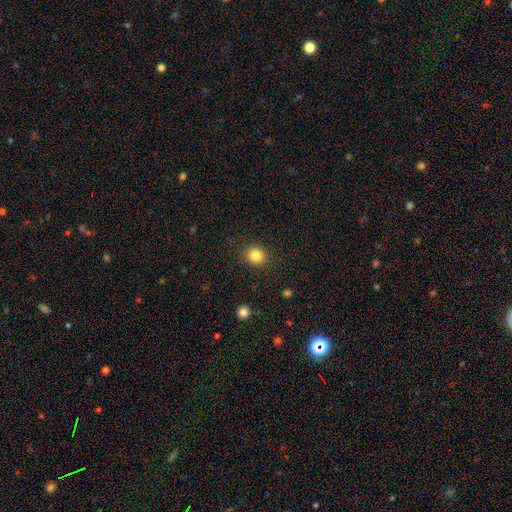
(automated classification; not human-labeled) Overall: smooth (83%). How rounded: round (80%). Merging: none (89%).